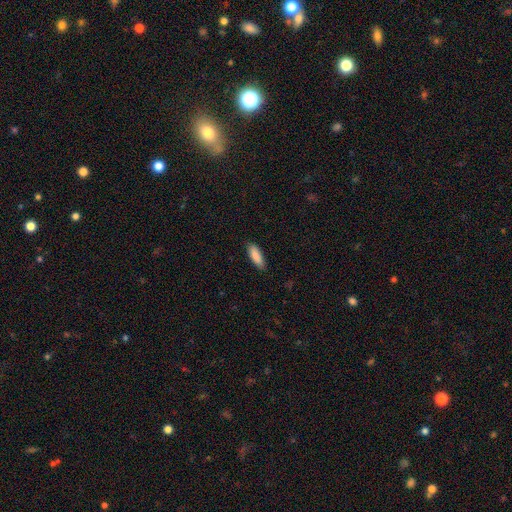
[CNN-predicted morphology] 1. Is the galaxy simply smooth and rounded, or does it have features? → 89% smooth, 6% star or artifact, 6% featured or disk.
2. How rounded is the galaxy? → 61% in between, 37% cigar-shaped, 1% round.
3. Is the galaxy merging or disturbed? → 86% none, 11% minor disturbance, 2% major disturbance, 1% merger.